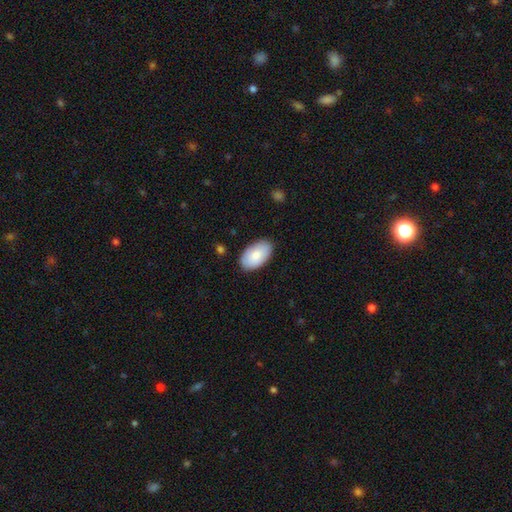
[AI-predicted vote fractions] This is clearly a smooth galaxy (82%). How rounded: clearly in between (95%). Merging: clearly none (85%).